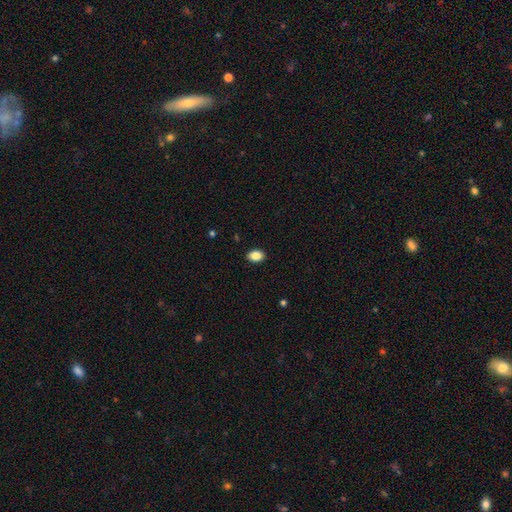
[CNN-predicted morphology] type=smooth (87%); roundness=in between (76%); merging=none (90%).